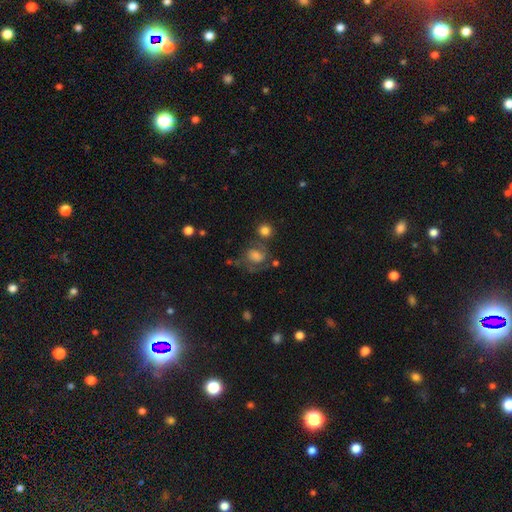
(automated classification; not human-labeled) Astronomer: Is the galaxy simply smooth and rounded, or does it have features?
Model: featured or disk — 53% (runner-up: smooth, 35%).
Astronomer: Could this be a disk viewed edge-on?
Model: no — 97%.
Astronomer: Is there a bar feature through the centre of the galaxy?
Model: no — 65%.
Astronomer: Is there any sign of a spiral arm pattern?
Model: yes — 81%.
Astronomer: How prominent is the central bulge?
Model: moderate — 30% (runner-up: large, 26%).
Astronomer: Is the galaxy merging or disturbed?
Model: none — 46% (runner-up: major disturbance, 23%).